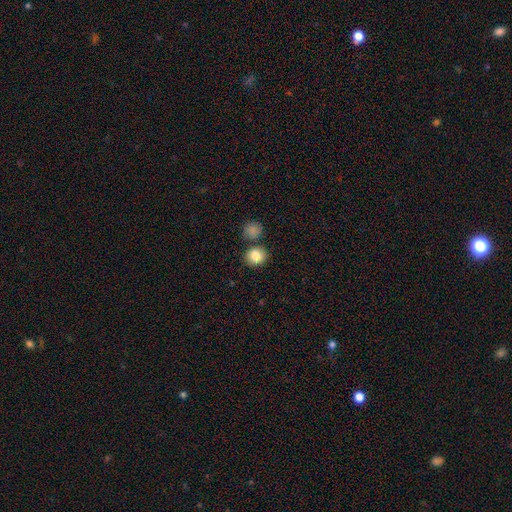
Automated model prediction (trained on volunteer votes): smooth_or_featured: smooth (p=0.85) [alt: star or artifact p=0.09]
how_rounded: round (p=0.74) [alt: in between p=0.25]
merging: none (p=0.76) [alt: merger p=0.11]